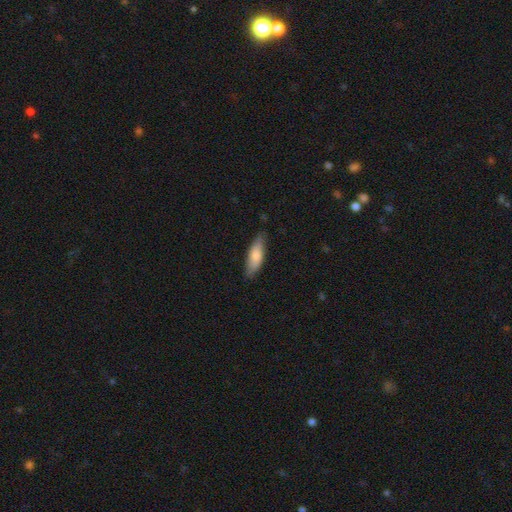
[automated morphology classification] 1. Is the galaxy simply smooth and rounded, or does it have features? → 75% smooth, 19% featured or disk, 6% star or artifact.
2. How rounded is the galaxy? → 56% in between, 42% cigar-shaped, 2% round.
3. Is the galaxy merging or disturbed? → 77% none, 19% minor disturbance, 3% major disturbance, 1% merger.